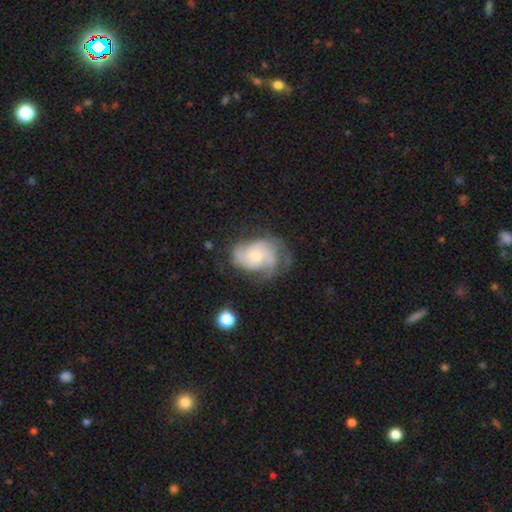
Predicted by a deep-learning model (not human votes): smooth-or-featured: featured or disk: 75% | smooth: 18% | star or artifact: 6%
  disk-edge-on: no: 97% | yes: 3%
    bar: no: 76% | weak: 21% | strong: 3%
    has-spiral-arms: yes: 91% | no: 9%
      spiral-winding: medium: 42% | tight: 41% | loose: 16%
      spiral-arm-count: 3: 35% | can't tell: 24% | 2: 24% | 4: 8% | 1: 5% | more than 4: 4%
    bulge-size: moderate: 53% | small: 41% | large: 4% | none: 2% | dominant: 1%
  merging: none: 52% | minor disturbance: 26% | major disturbance: 19% | merger: 2%